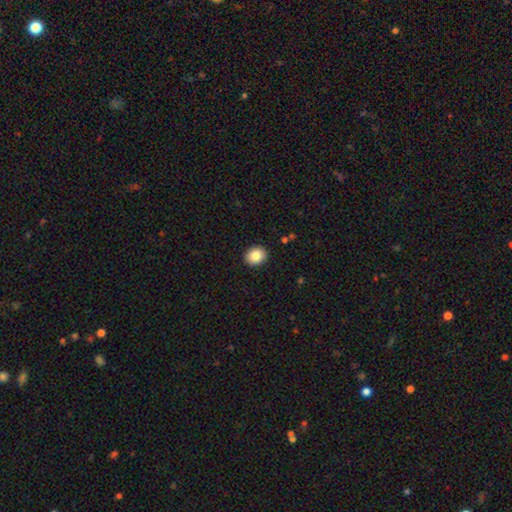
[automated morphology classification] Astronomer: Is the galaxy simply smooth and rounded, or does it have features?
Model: smooth — 84%.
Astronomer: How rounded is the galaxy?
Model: round — 65%.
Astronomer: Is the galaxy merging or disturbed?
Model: none — 91%.